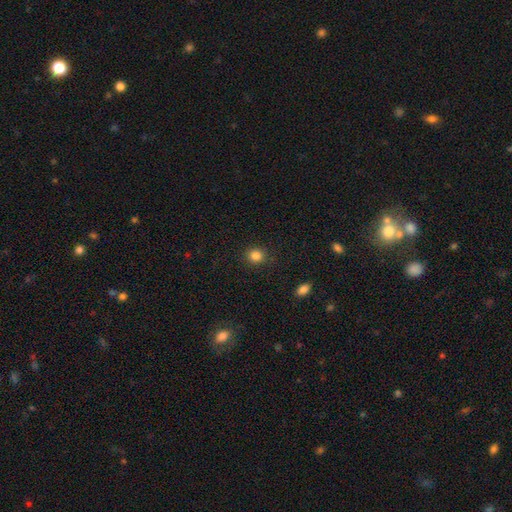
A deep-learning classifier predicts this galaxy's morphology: type=smooth (84%); roundness=round (83%); merging=none (89%).